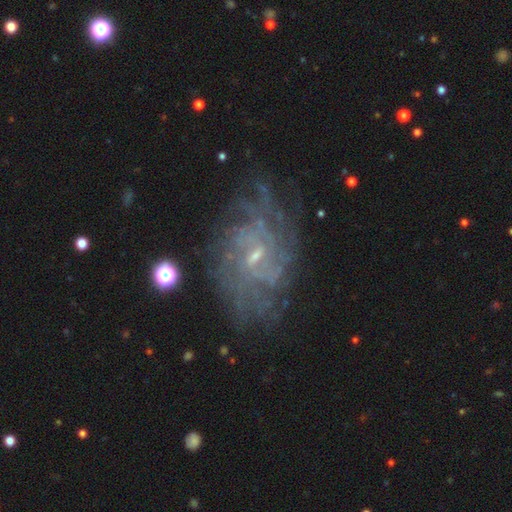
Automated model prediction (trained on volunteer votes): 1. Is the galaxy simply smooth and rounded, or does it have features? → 82% featured or disk, 10% star or artifact, 9% smooth.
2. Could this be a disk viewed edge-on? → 96% no, 4% yes.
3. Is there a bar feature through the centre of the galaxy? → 52% weak, 38% no, 10% strong.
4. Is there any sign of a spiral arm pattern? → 91% yes, 9% no.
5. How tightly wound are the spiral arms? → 57% tight, 31% medium, 12% loose.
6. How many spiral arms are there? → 48% can't tell, 13% 4, 13% more than 4, 10% 2, 9% 3, 7% 1.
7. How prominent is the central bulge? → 75% small, 18% moderate, 5% none, 1% large, 1% dominant.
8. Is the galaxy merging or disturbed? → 71% none, 17% minor disturbance, 10% major disturbance, 2% merger.